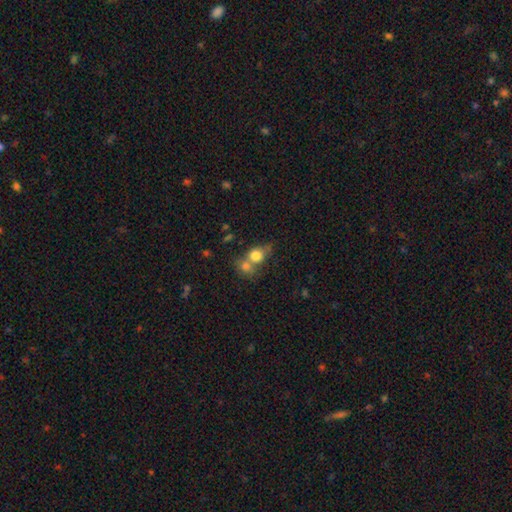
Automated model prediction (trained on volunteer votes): Smooth or featured? Predicted: smooth (p=0.78). How rounded? Predicted: round (p=0.68). Merging? Predicted: merger (p=0.58).